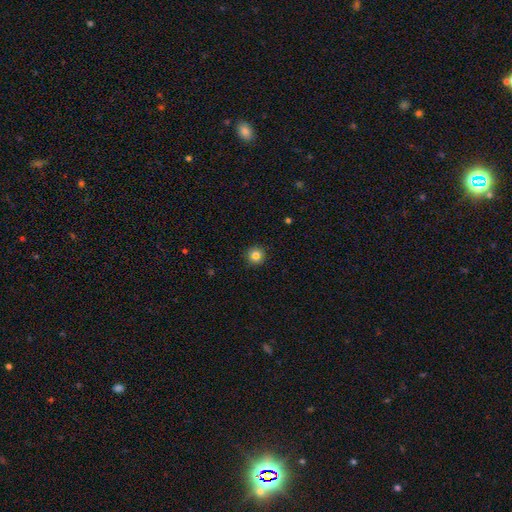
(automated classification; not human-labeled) Smooth or featured: smooth — 75% (star or artifact — 15%)
How rounded: round — 92% (in between — 7%)
Merging: none — 85% (minor disturbance — 9%)